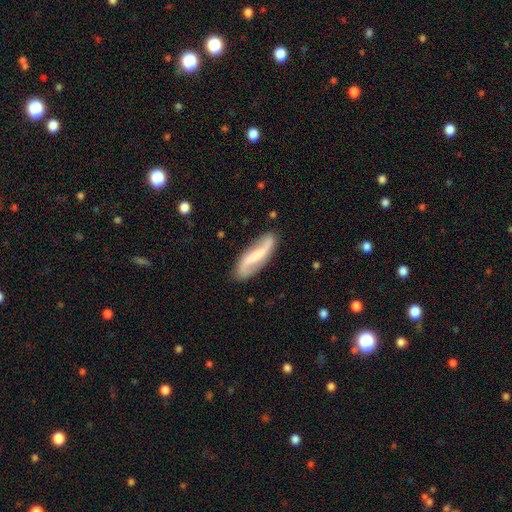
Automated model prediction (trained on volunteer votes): smooth-or-featured: featured or disk: 68% | smooth: 26% | star or artifact: 6%
  disk-edge-on: no: 88% | yes: 12%
    bar: strong: 37% | weak: 36% | no: 27%
    has-spiral-arms: yes: 93% | no: 7%
      spiral-winding: loose: 73% | medium: 19% | tight: 8%
      spiral-arm-count: 2: 91% | can't tell: 4% | 1: 3% | 3: 1% | 4: 1% | more than 4: 1%
    bulge-size: none: 39% | small: 32% | moderate: 21% | large: 6% | dominant: 2%
  merging: none: 80% | minor disturbance: 15% | major disturbance: 4% | merger: 2%